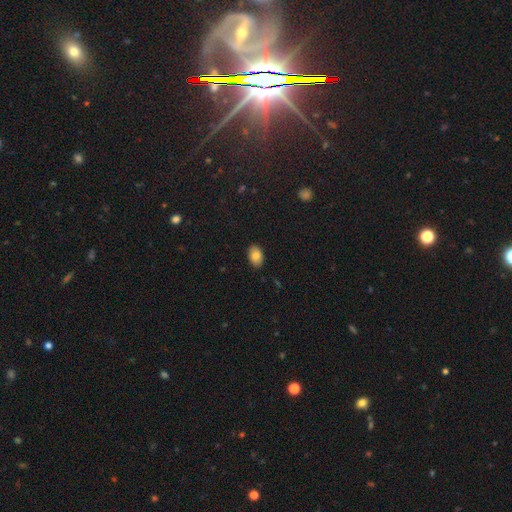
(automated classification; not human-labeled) Overall: smooth (82%). How rounded: in between (88%). Merging: none (88%).